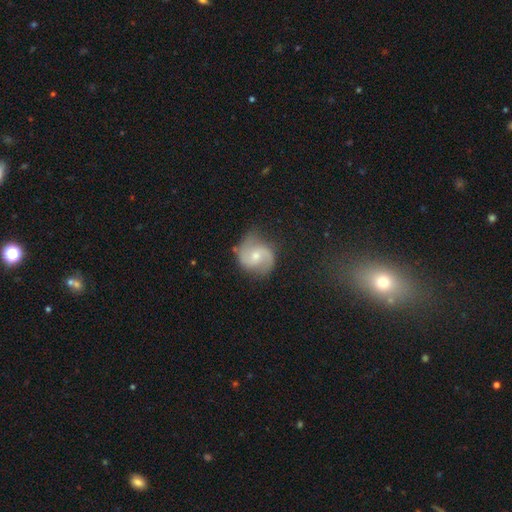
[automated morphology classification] Smooth or featured: featured or disk — 79% (smooth — 15%)
Edge-on disk: no — 98% (yes — 2%)
Bar: no — 49% (weak — 43%)
Spiral arms: yes — 96% (no — 4%)
Spiral winding: medium — 51% (loose — 32%)
Spiral arm count: 2 — 91% (can't tell — 4%)
Bulge size: moderate — 52% (small — 42%)
Merging: none — 71% (minor disturbance — 20%)